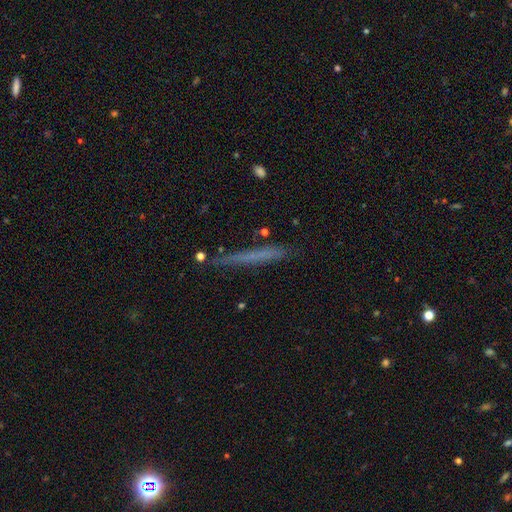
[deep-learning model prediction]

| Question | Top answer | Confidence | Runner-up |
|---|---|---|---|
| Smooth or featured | smooth | 54% | featured or disk (37%) |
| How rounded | cigar-shaped | 96% | in between (2%) |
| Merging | none | 82% | minor disturbance (13%) |